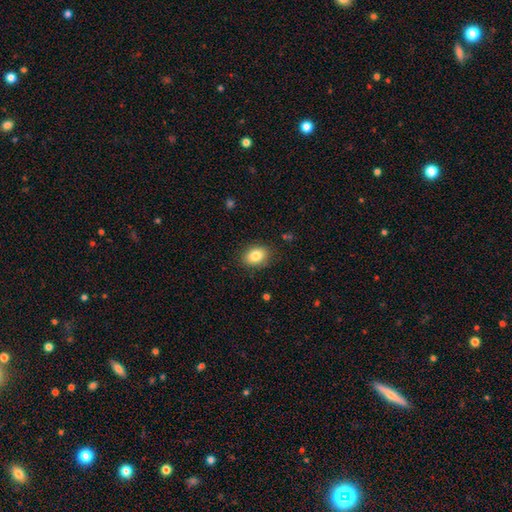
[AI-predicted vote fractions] smooth_or_featured: smooth (p=0.83) [alt: star or artifact p=0.08]
how_rounded: in between (p=0.72) [alt: round p=0.27]
merging: none (p=0.86) [alt: minor disturbance p=0.10]